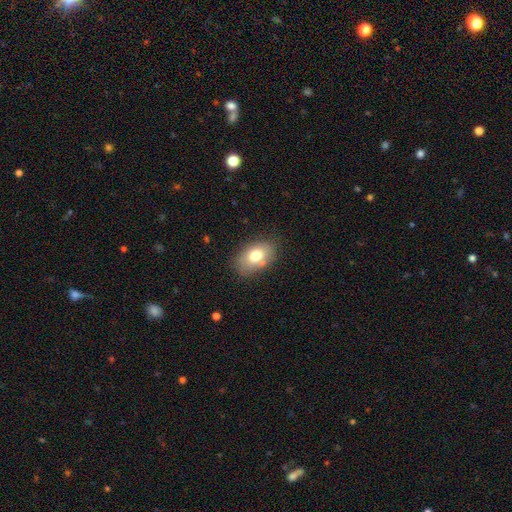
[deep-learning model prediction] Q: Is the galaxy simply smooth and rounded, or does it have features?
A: smooth — 75%.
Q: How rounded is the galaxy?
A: in between — 87%.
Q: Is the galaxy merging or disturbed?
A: none — 76%.